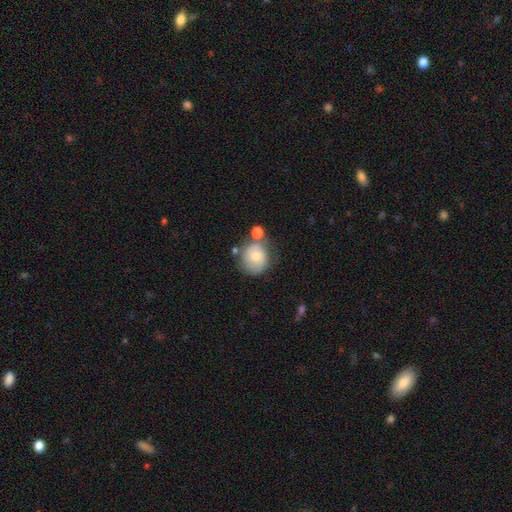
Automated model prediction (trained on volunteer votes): Morphology: type=smooth (63%); roundness=round (81%); merging=none (51%).